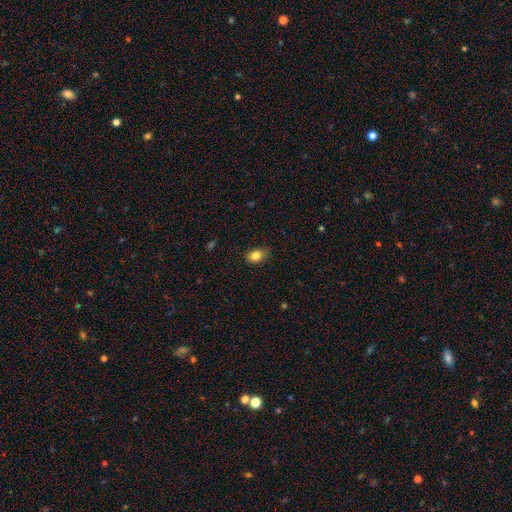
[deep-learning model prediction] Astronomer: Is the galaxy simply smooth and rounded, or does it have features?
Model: smooth — 83%.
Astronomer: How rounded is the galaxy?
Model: in between — 71%.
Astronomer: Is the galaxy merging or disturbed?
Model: none — 80%.